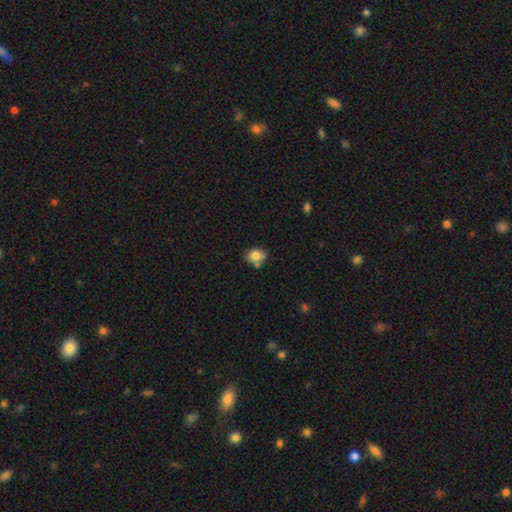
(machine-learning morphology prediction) Smooth or featured? smooth (81%)
How rounded? round (54%)
Merging? none (65%)